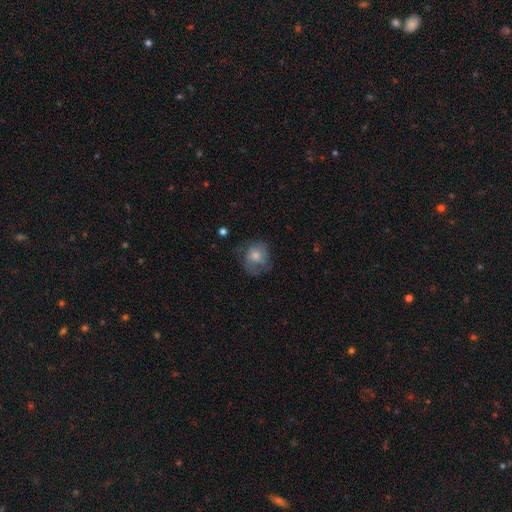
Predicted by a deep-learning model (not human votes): A smooth galaxy with no disk features (65%) that is round (70%). Merging: none (52%).